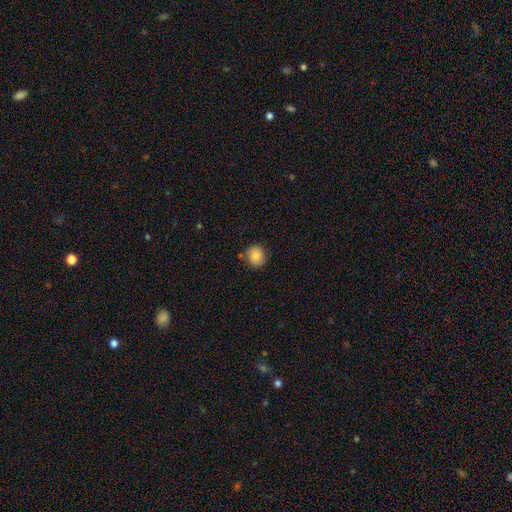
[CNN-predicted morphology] Smooth or featured: smooth — 84% (star or artifact — 9%)
How rounded: round — 86% (in between — 13%)
Merging: none — 82% (minor disturbance — 11%)